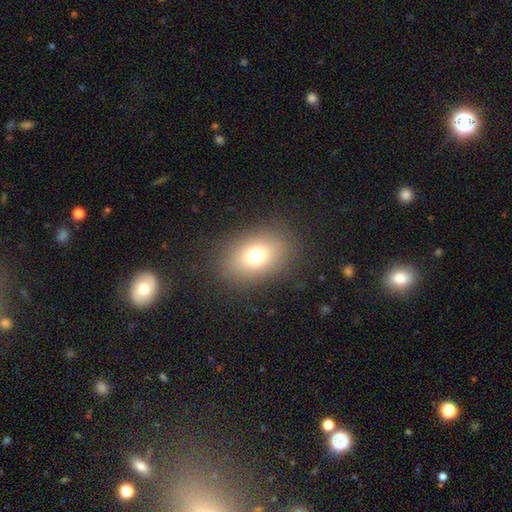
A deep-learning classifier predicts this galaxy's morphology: This is likely a smooth galaxy (73%). How rounded: likely in between (70%). Merging: clearly none (85%).